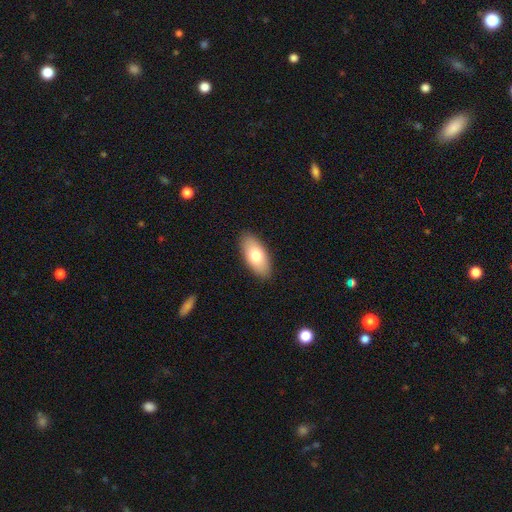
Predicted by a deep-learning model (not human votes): smooth-or-featured: smooth: 76% | featured or disk: 18% | star or artifact: 6%
  how-rounded: in between: 91% | cigar-shaped: 7% | round: 3%
  merging: none: 89% | minor disturbance: 8% | major disturbance: 2% | merger: 1%